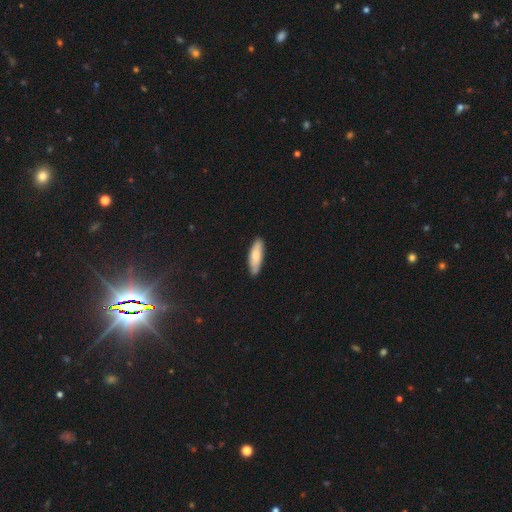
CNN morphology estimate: A smooth galaxy with no disk features (76%) that is cigar-shaped (52%).

Vote fractions:
- Smooth or featured? smooth: 76% / featured or disk: 19% / star or artifact: 5%
- How rounded? cigar-shaped: 52% / in between: 47% / round: 2%
- Merging? none: 83% / minor disturbance: 14% / major disturbance: 2% / merger: 1%